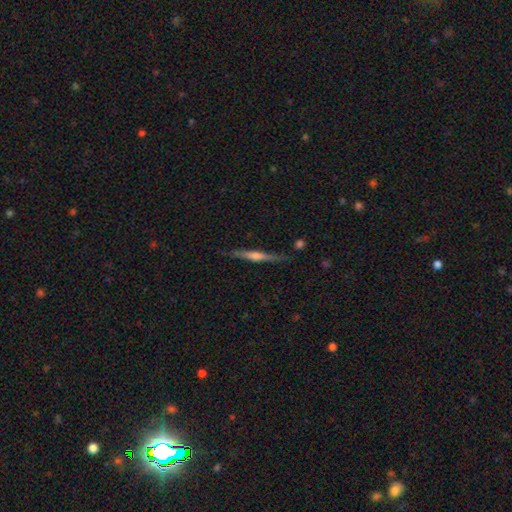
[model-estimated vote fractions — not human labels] Q: Smooth or featured?
A: featured or disk (69%); runner-up: smooth (25%)
Q: Edge-on disk?
A: yes (98%); runner-up: no (2%)
Q: Edge-on bulge?
A: rounded (71%); runner-up: none (16%)
Q: Merging?
A: none (85%); runner-up: minor disturbance (11%)